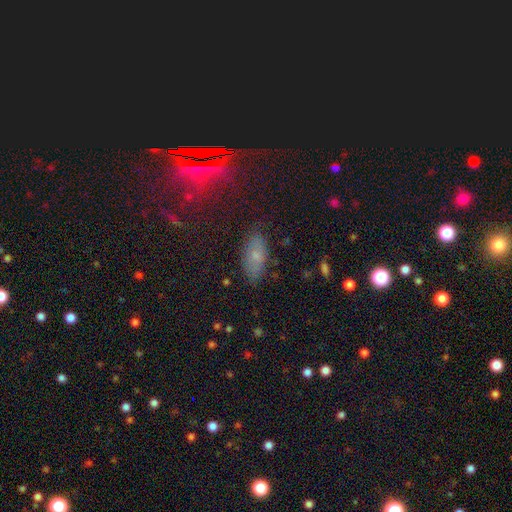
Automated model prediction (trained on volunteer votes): A smooth galaxy with no disk features (62%) that is in between round and cigar-shaped (87%). Merging: none (81%).